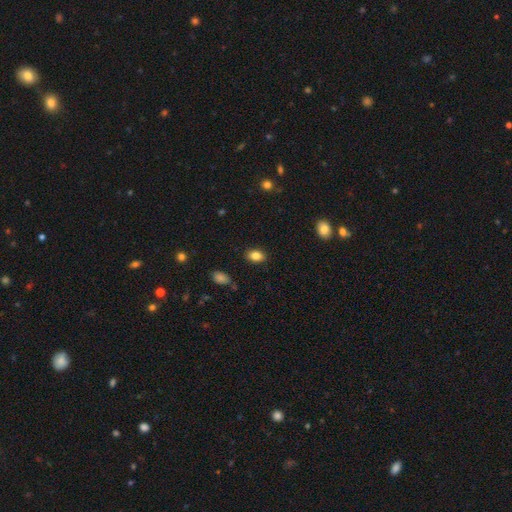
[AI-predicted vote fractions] Morphology: type=smooth (84%); roundness=in between (82%); merging=none (87%).